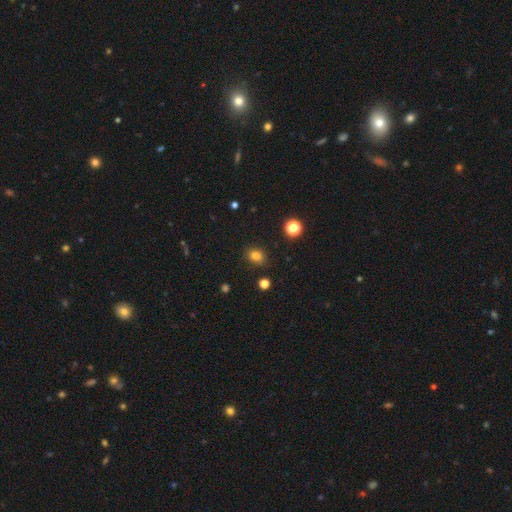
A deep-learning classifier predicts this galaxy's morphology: The model was most divided on "how rounded": round: 57%, in between: 42%, cigar-shaped: 1%. More confident: merging — none (86%); smooth or featured — smooth (81%).